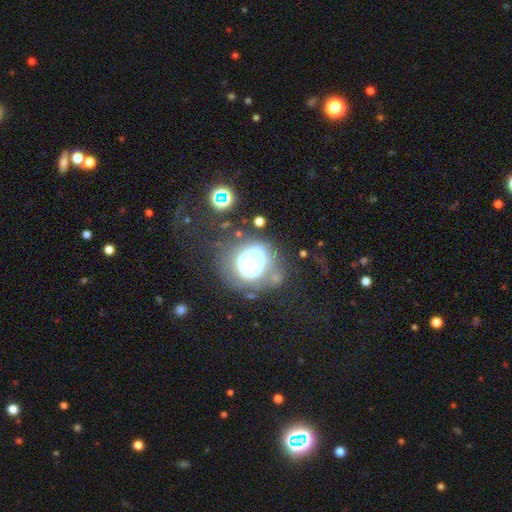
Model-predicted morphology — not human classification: Smooth or featured: featured or disk — 59% (smooth — 27%)
Edge-on disk: no — 97% (yes — 3%)
Bar: no — 71% (weak — 16%)
Spiral arms: yes — 50% (tied with no — 50%)
Bulge size: large — 40% (dominant — 33%)
Merging: none — 37% (major disturbance — 31%)